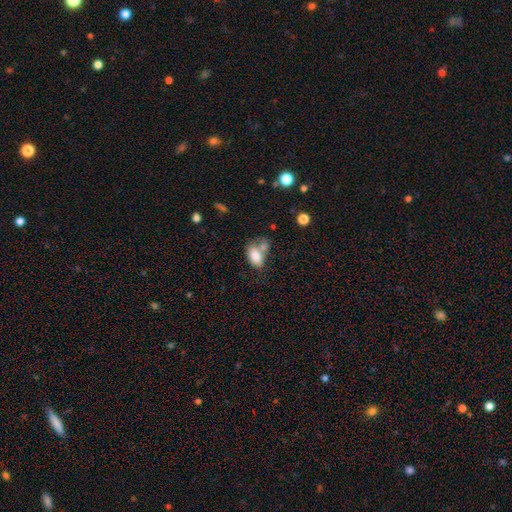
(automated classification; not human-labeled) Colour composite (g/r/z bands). It shows a smooth galaxy with no disk features (80%) that is in between round and cigar-shaped (89%). Merging: merger (40%).